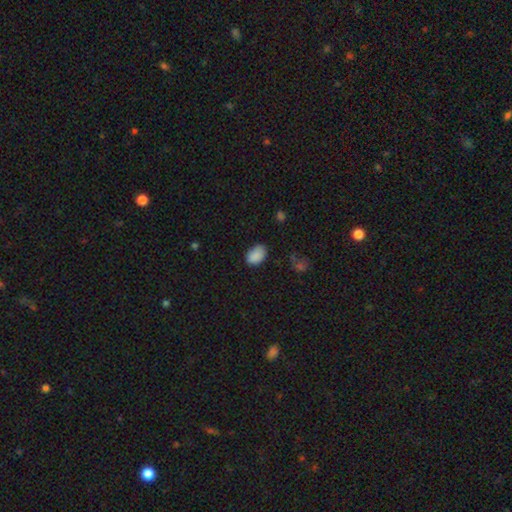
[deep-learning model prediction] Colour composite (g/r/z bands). It shows a smooth galaxy with no disk features (88%) that is in between round and cigar-shaped (86%). Merging: none (76%).